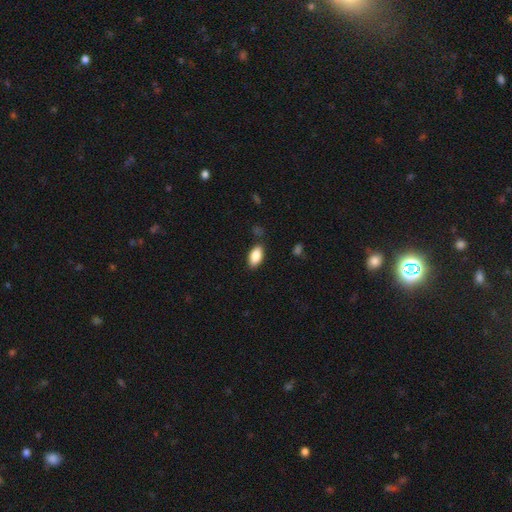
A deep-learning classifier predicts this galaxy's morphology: The model was most divided on "merging": none: 83%, minor disturbance: 12%, major disturbance: 3%, merger: 2%. More confident: how rounded — in between (92%); smooth or featured — smooth (86%).